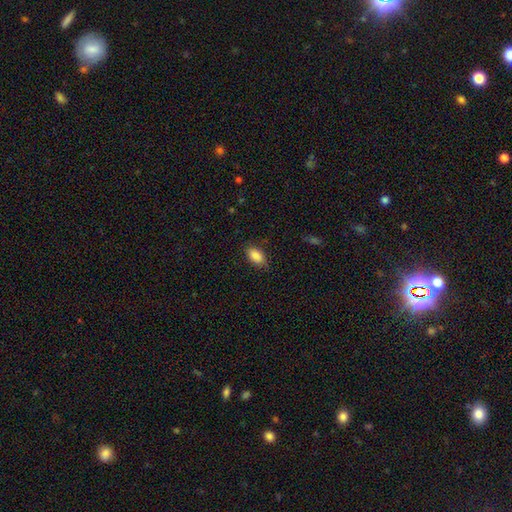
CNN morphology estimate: smooth-or-featured: smooth: 88% | star or artifact: 7% | featured or disk: 5%
  how-rounded: in between: 91% | round: 7% | cigar-shaped: 2%
  merging: none: 80% | minor disturbance: 15% | major disturbance: 3% | merger: 1%